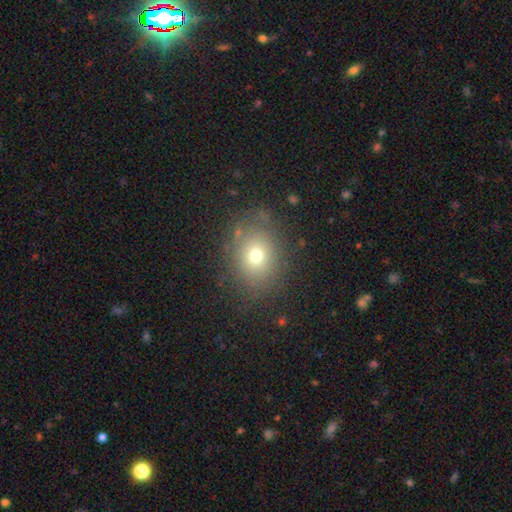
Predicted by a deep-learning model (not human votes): smooth_or_featured: smooth (p=0.69) [alt: star or artifact p=0.16]
how_rounded: round (p=0.57) [alt: in between p=0.42]
merging: none (p=0.79) [alt: minor disturbance p=0.13]